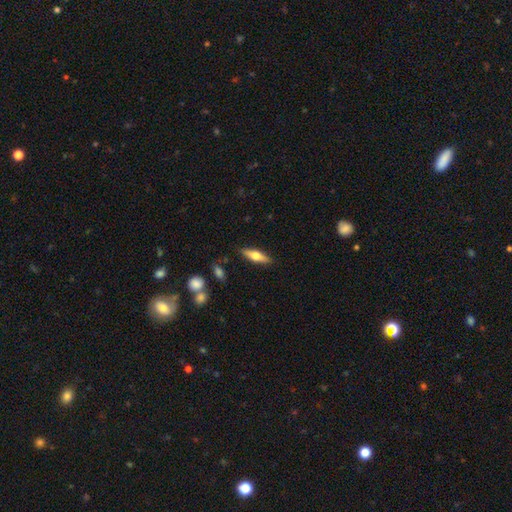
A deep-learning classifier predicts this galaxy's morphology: type=featured or disk (48%); merging=none (87%).